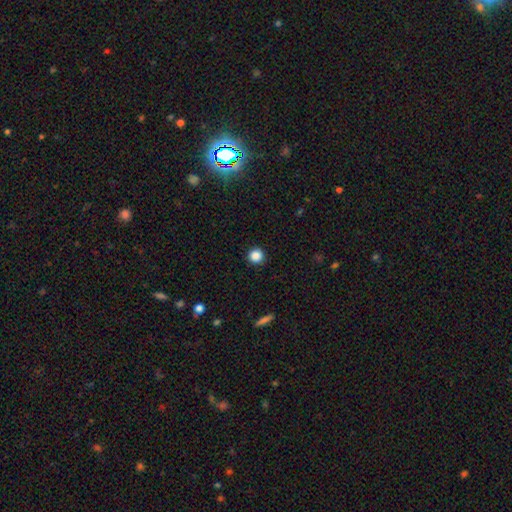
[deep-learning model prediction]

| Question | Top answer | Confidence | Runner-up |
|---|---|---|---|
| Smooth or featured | smooth | 87% | star or artifact (10%) |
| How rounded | round | 95% | in between (4%) |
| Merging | none | 92% | minor disturbance (5%) |